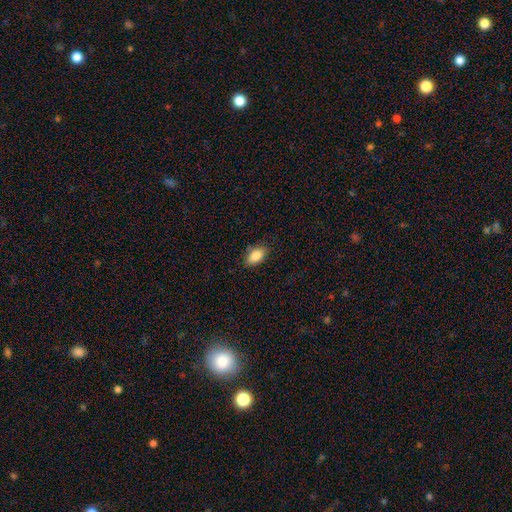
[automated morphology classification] This appears to be a smooth galaxy with no disk features (85%) that is in between round and cigar-shaped (89%). Merging: none (81%).